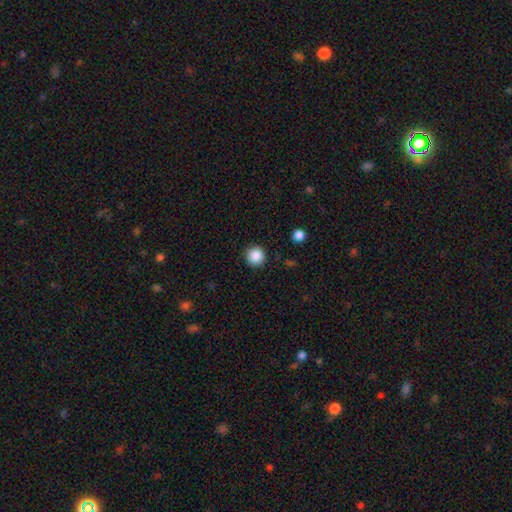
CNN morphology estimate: Smooth or featured? Predicted: smooth (p=0.88). How rounded? Predicted: round (p=0.95). Merging? Predicted: none (p=0.91).